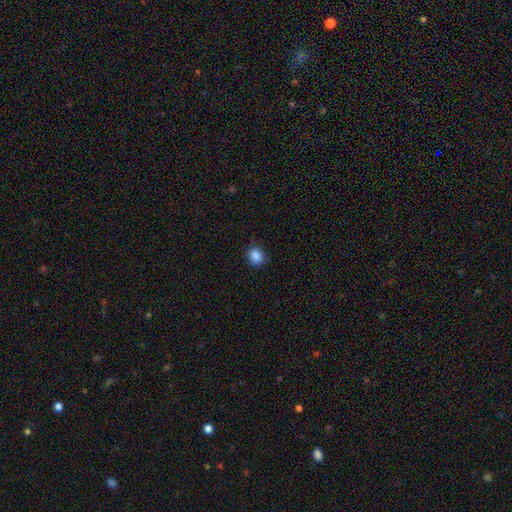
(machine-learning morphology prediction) Smooth or featured: smooth — 87% (star or artifact — 9%)
How rounded: round — 68% (in between — 31%)
Merging: none — 81% (minor disturbance — 15%)